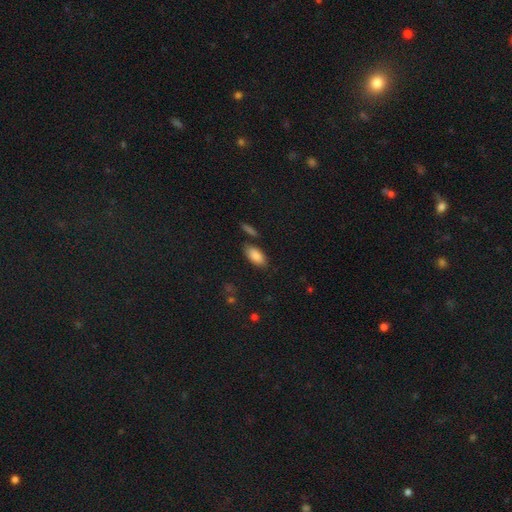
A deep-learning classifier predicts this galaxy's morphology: type=smooth (85%); roundness=in between (92%); merging=none (76%).